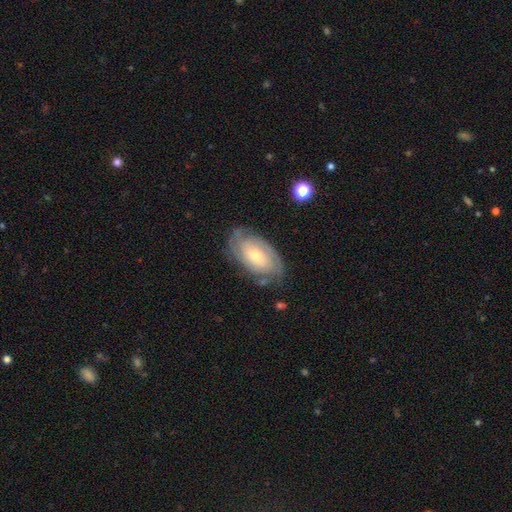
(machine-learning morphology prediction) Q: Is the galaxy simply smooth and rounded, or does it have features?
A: featured or disk — 61%.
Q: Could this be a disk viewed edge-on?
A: no — 93%.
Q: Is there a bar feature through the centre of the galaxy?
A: no — 70%.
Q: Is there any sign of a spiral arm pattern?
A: yes — 80%.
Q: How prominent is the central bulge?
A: small — 53%.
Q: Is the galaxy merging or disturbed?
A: none — 70%.